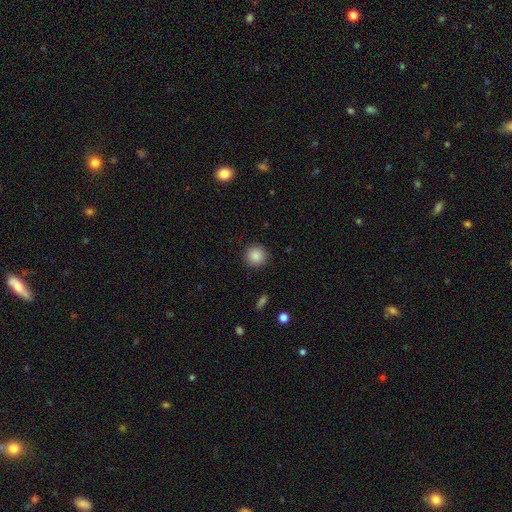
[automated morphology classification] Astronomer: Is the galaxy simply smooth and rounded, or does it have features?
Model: smooth — 88%.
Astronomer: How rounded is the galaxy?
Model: round — 94%.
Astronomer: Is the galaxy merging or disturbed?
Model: none — 91%.